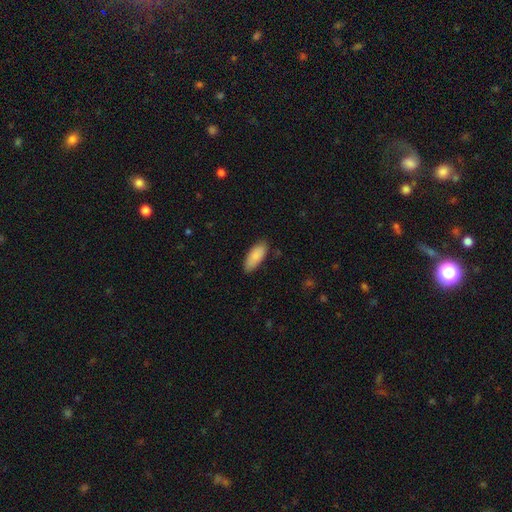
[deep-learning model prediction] smooth_or_featured: smooth (p=0.87) [alt: featured or disk p=0.07]
how_rounded: in between (p=0.82) [alt: cigar-shaped p=0.16]
merging: none (p=0.82) [alt: minor disturbance p=0.15]